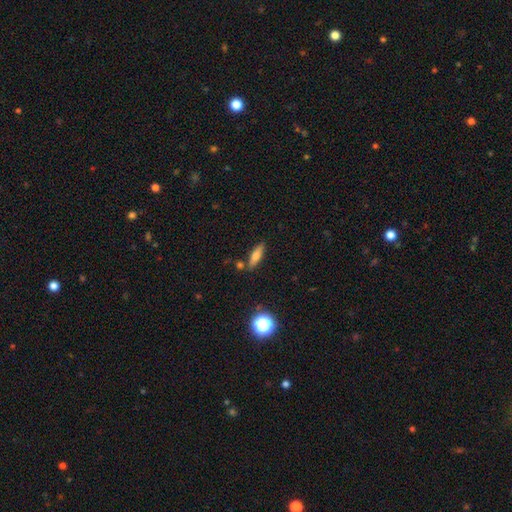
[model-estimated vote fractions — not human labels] This appears to be a smooth galaxy with no disk features (67%) that is cigar-shaped (57%). Merging: none (78%).